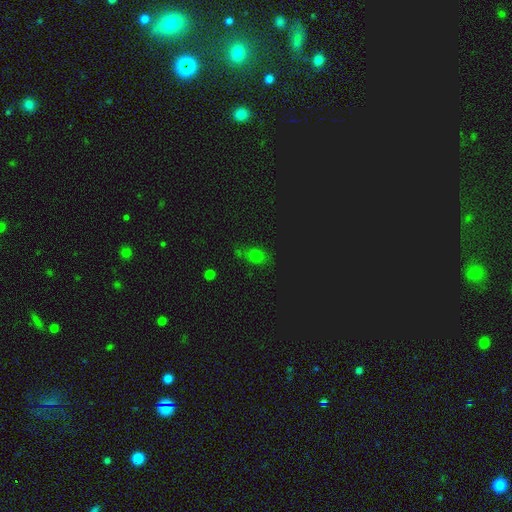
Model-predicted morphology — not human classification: Overall: smooth (62%; star or artifact 29%). How rounded: in between (57%; round 39%). Merging: none (70%).